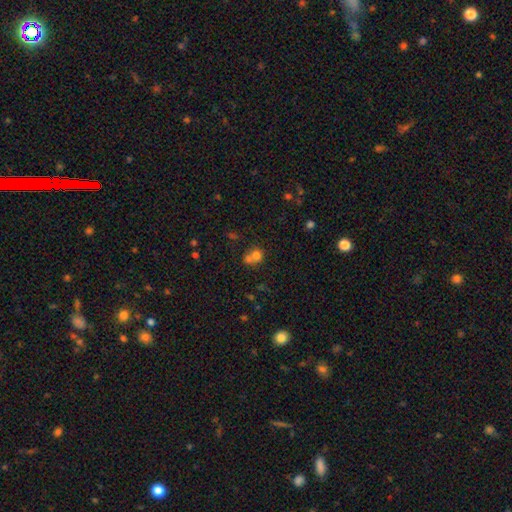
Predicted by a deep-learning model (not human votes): Overall: smooth (71%). How rounded: round (77%). Merging: merger (55%; none 34%).